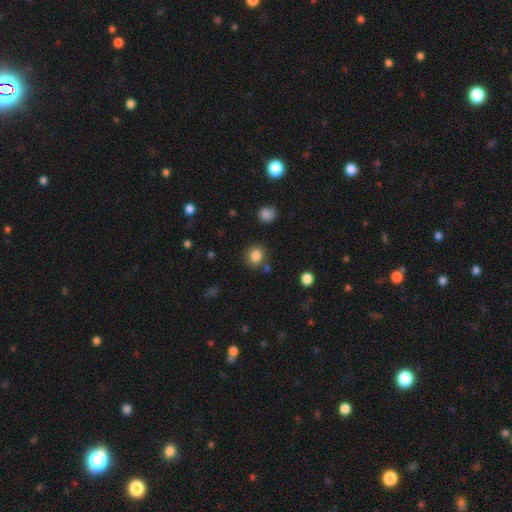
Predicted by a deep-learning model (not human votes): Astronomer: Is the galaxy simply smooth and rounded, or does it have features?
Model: smooth — 84%.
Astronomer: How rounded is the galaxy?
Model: round — 77%.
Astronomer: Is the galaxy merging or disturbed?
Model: none — 81%.